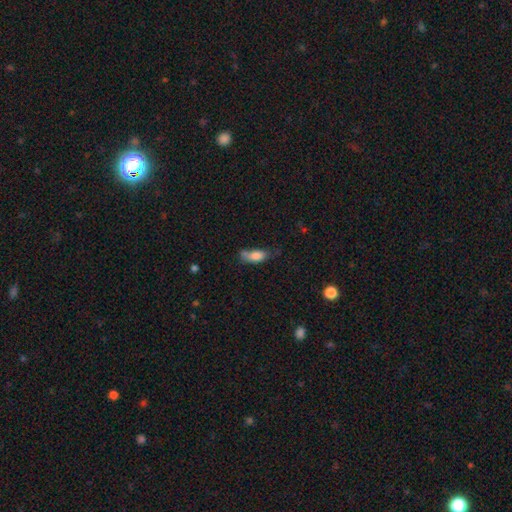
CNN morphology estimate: Q: Smooth or featured?
A: smooth (78%); runner-up: featured or disk (13%)
Q: How rounded?
A: in between (79%); runner-up: cigar-shaped (18%)
Q: Merging?
A: none (38%); runner-up: minor disturbance (32%)